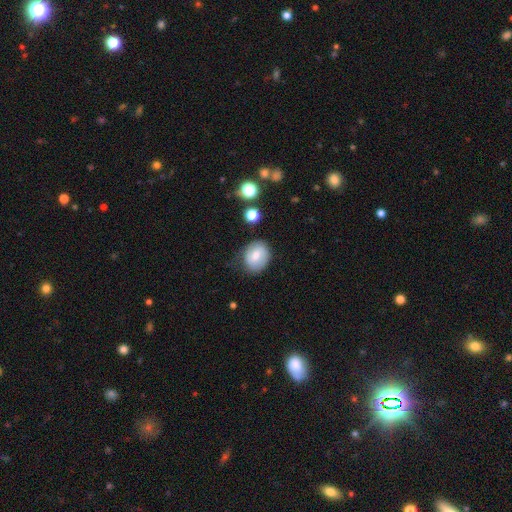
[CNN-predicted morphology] The model was most divided on "how rounded": round: 53%, in between: 46%, cigar-shaped: 1%. More confident: merging — none (75%); smooth or featured — smooth (63%).